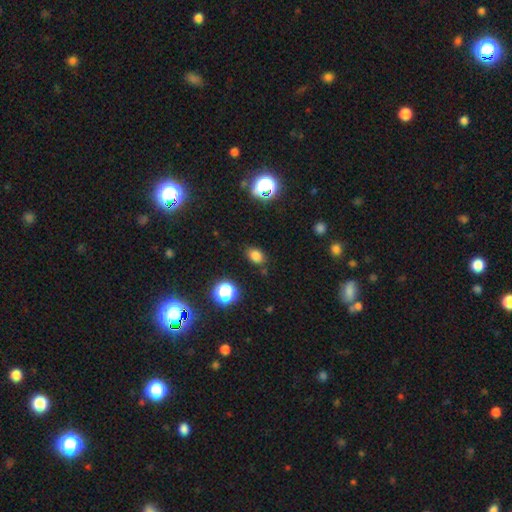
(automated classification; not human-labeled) This appears to be a smooth galaxy with no disk features (77%) that is in between round and cigar-shaped (73%). Merging: none (83%).